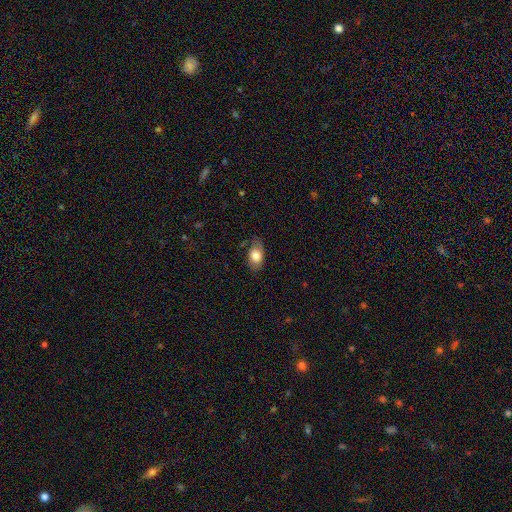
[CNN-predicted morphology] Smooth or featured?
  - smooth: 79% *
  - featured or disk: 14%
  - star or artifact: 7%
How rounded?
  - in between: 89% *
  - round: 9%
  - cigar-shaped: 2%
Merging?
  - none: 73% *
  - minor disturbance: 21%
  - major disturbance: 5%
  - merger: 1%